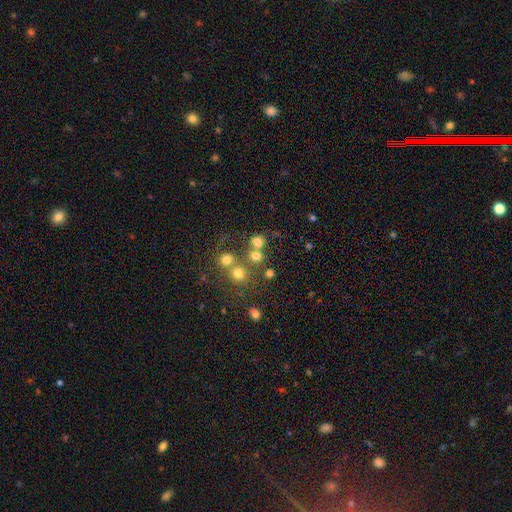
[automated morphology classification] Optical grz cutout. It shows a smooth galaxy with no disk features (59%) that is round (84%). Merging: none (57%).